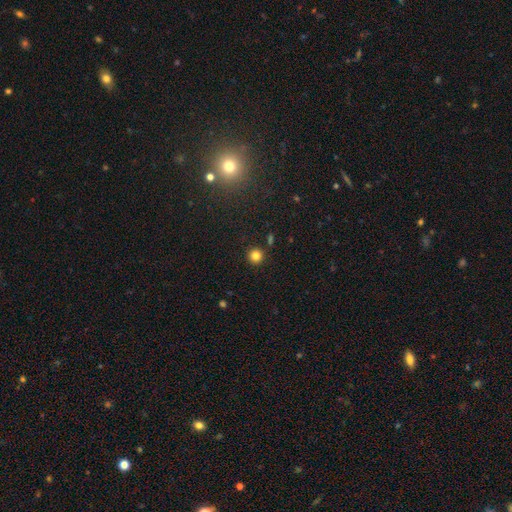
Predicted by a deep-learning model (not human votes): smooth_or_featured: smooth (p=0.82) [alt: star or artifact p=0.13]
how_rounded: round (p=0.95) [alt: in between p=0.04]
merging: none (p=0.90) [alt: minor disturbance p=0.06]